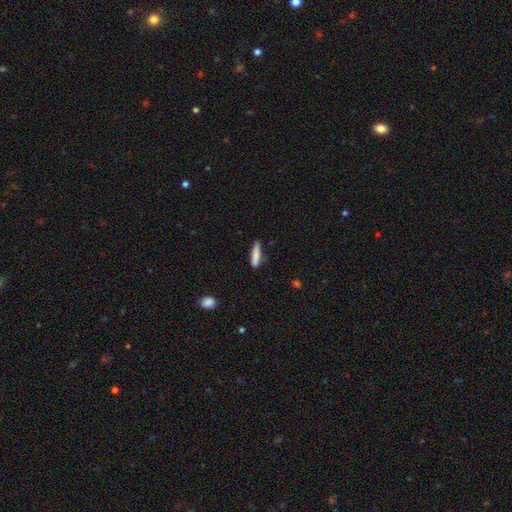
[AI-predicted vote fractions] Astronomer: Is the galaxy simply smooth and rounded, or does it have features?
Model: smooth — 81%.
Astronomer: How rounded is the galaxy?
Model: cigar-shaped — 84%.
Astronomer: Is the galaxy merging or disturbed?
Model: none — 77%.